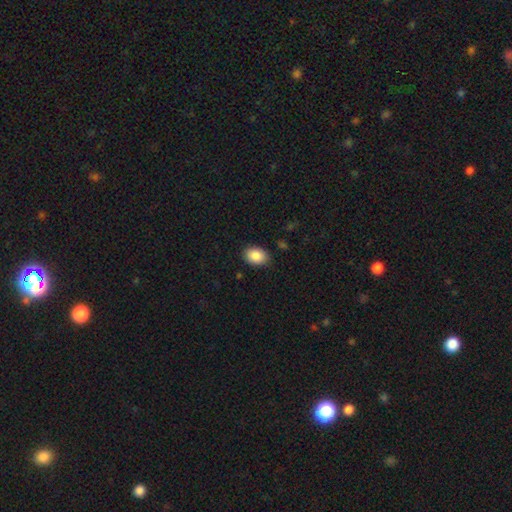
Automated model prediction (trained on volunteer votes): Q: Smooth or featured?
A: smooth (88%); runner-up: star or artifact (7%)
Q: How rounded?
A: in between (77%); runner-up: round (22%)
Q: Merging?
A: none (85%); runner-up: minor disturbance (11%)